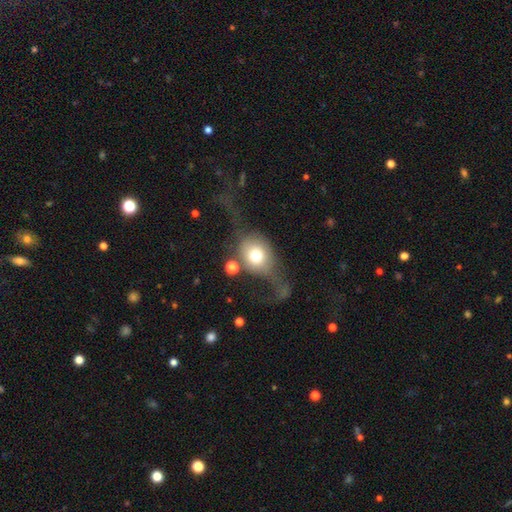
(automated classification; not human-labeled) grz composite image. It shows a smooth galaxy with no disk features (59%) that is round (62%). Merging: major disturbance (52%).